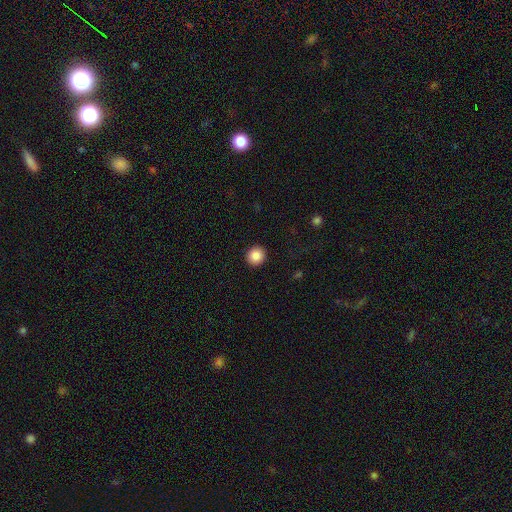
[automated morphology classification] smooth-or-featured: smooth: 88% | star or artifact: 9% | featured or disk: 4%
  how-rounded: round: 93% | in between: 6% | cigar-shaped: 1%
  merging: none: 93% | minor disturbance: 5% | major disturbance: 2% | merger: 1%